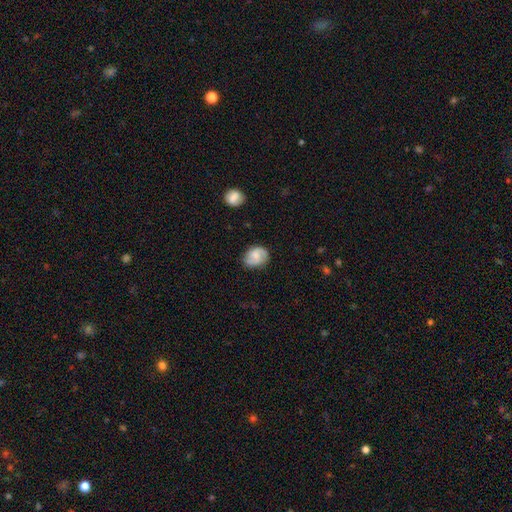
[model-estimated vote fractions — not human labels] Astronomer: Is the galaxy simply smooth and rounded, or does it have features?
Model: featured or disk — 48% (runner-up: smooth, 44%).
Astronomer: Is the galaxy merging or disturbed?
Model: none — 73%.